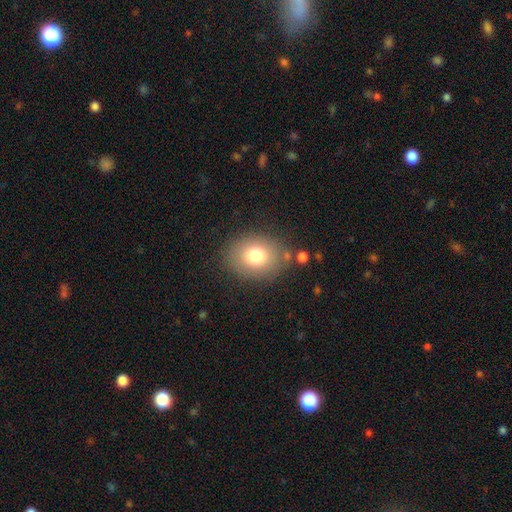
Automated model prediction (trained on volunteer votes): smooth 79%, featured or disk 11%, star or artifact 10%. Down the decision tree: how rounded — round (53%); merging — none (82%).